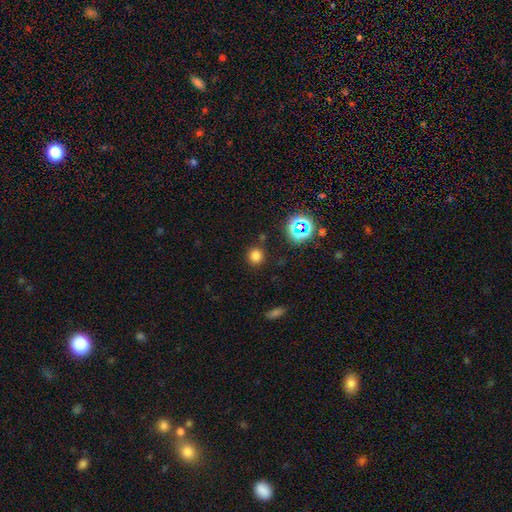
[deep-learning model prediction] Morphology: type=smooth (75%); roundness=round (90%); merging=none (86%).